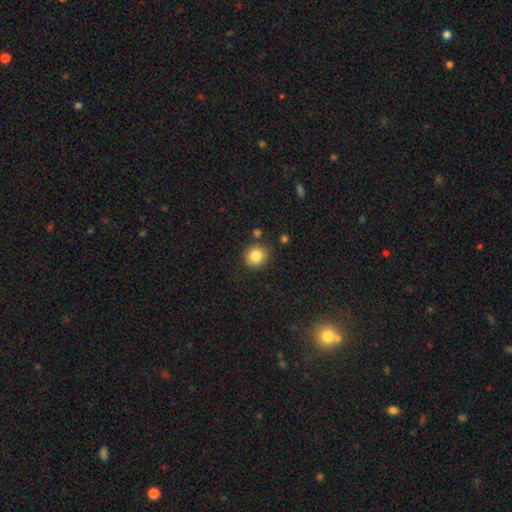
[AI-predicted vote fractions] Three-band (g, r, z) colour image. It shows a smooth galaxy with no disk features (84%) that is round (83%). Merging: none (85%).